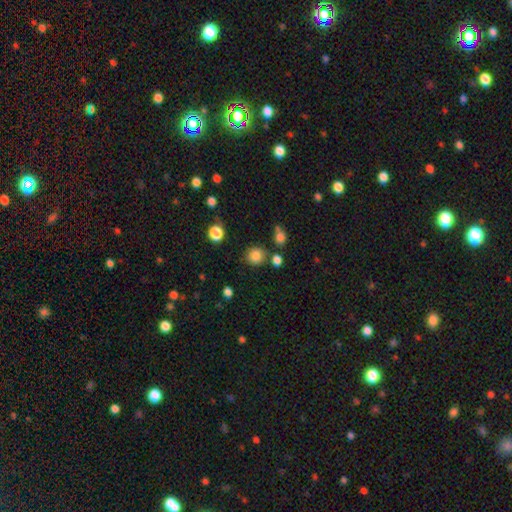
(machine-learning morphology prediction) smooth 83%, star or artifact 12%, featured or disk 6%. Down the decision tree: how rounded — round (85%); merging — none (78%).